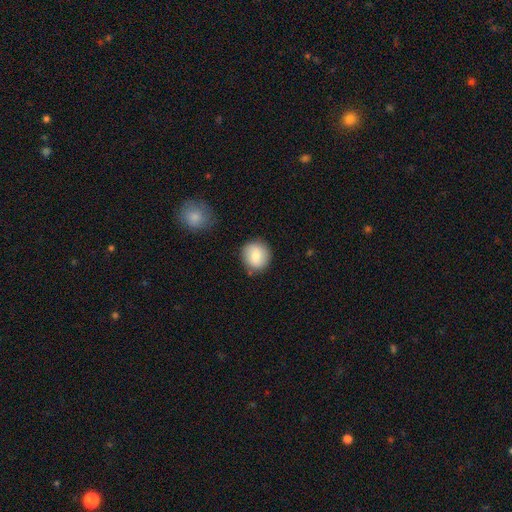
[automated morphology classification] Smooth or featured? smooth (78%)
How rounded? round (88%)
Merging? none (83%)